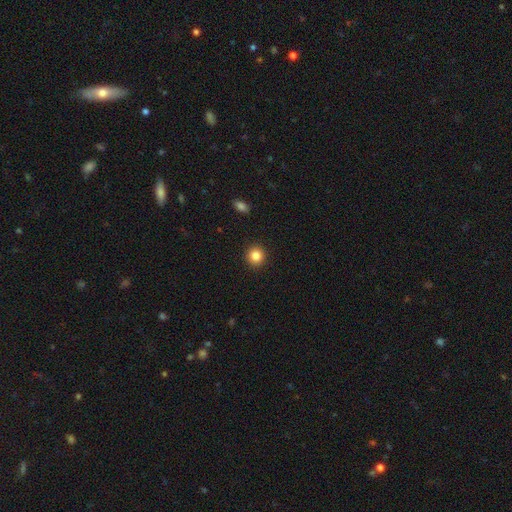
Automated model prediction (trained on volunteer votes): smooth 85%, star or artifact 10%, featured or disk 5%. Down the decision tree: how rounded — round (92%); merging — none (92%).